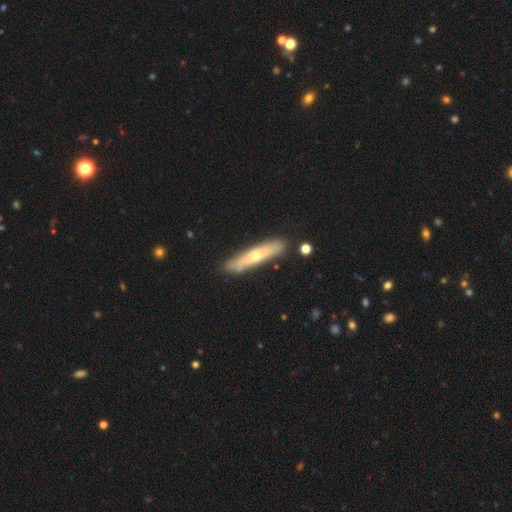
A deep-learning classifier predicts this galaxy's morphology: The model was most divided on "smooth or featured" (2-way tie): smooth: 47%, featured or disk: 47%, star or artifact: 6%. More confident: merging — none (85%).